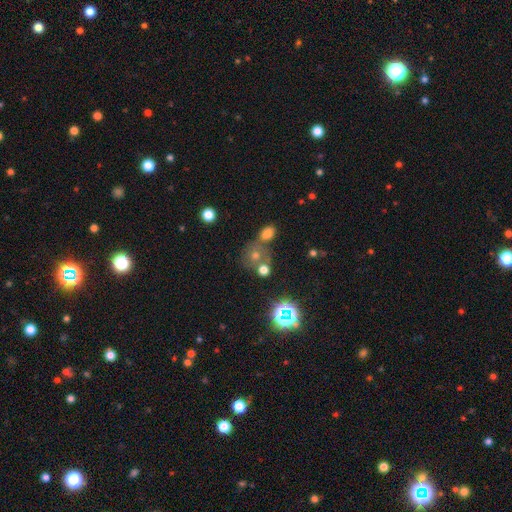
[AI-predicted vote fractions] This is possibly a smooth galaxy (53%). How rounded: likely round (79%). Merging: possibly none (49%).